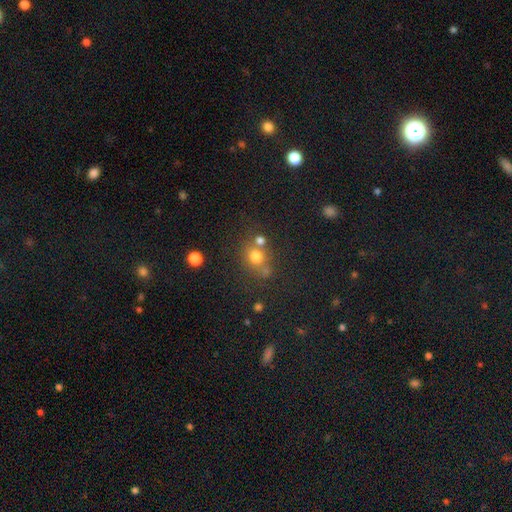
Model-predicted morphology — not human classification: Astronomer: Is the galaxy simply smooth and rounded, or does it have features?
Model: smooth — 72%.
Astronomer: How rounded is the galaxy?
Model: round — 81%.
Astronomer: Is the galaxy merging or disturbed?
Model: none — 59%.